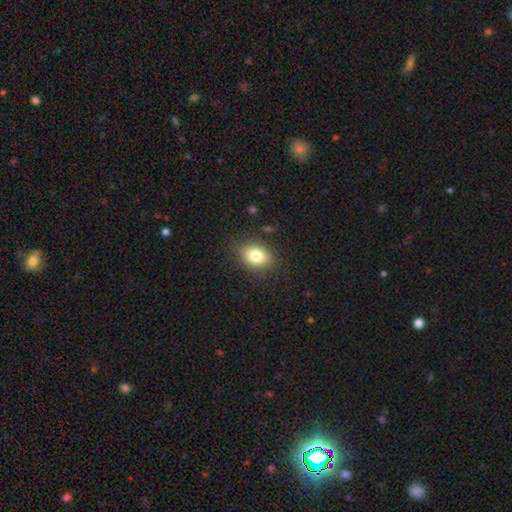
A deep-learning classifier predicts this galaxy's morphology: smooth_or_featured: smooth (p=0.80) [alt: star or artifact p=0.11]
how_rounded: in between (p=0.62) [alt: round p=0.37]
merging: none (p=0.84) [alt: minor disturbance p=0.11]